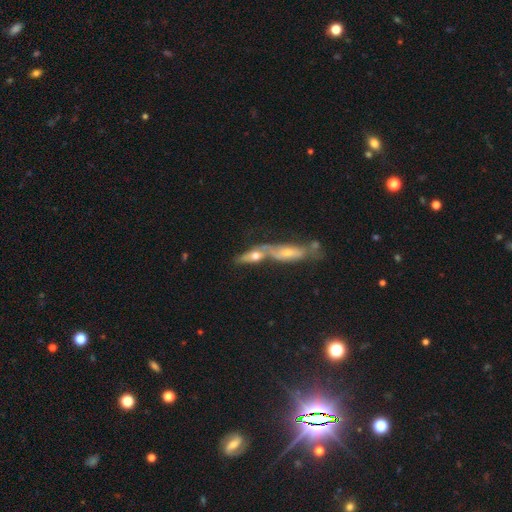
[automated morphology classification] Smooth or featured: smooth — 48% (featured or disk — 44%)
Merging: merger — 60% (none — 26%)